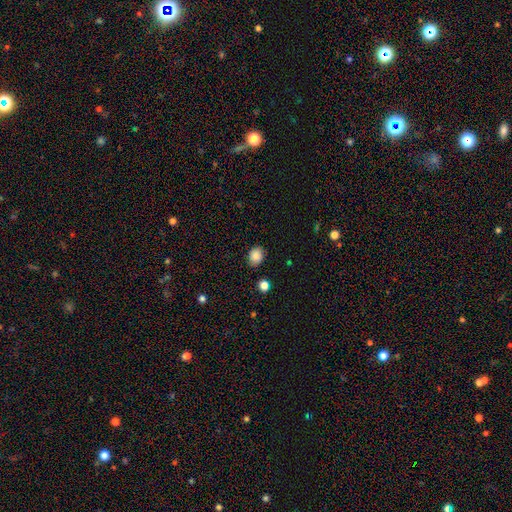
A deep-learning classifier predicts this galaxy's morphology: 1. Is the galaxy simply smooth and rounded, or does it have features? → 86% smooth, 10% star or artifact, 4% featured or disk.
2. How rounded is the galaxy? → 50% round, 49% in between, 1% cigar-shaped.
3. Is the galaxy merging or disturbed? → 84% none, 12% minor disturbance, 3% major disturbance, 2% merger.